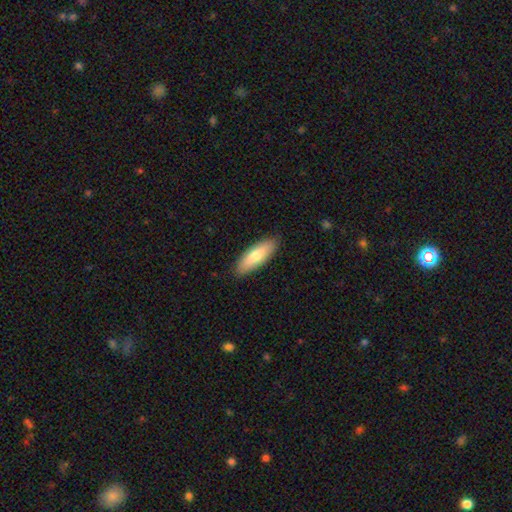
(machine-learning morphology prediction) The model was most divided on "how rounded": in between: 56%, cigar-shaped: 42%, round: 2%. More confident: merging — none (89%); smooth or featured — smooth (74%).